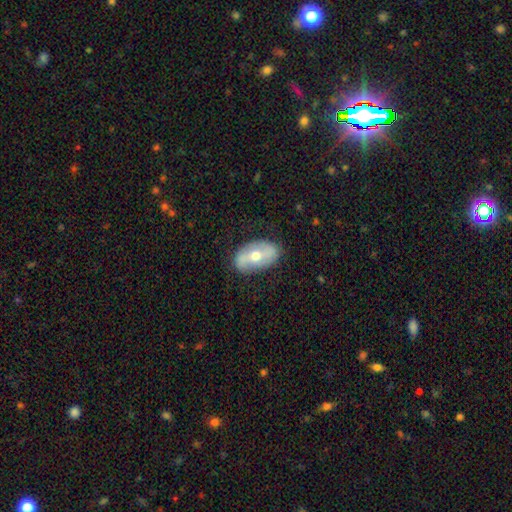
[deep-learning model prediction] Smooth or featured? Predicted: featured or disk (p=0.55). Edge-on disk? Predicted: no (p=0.88). Merging? Predicted: none (p=0.80).